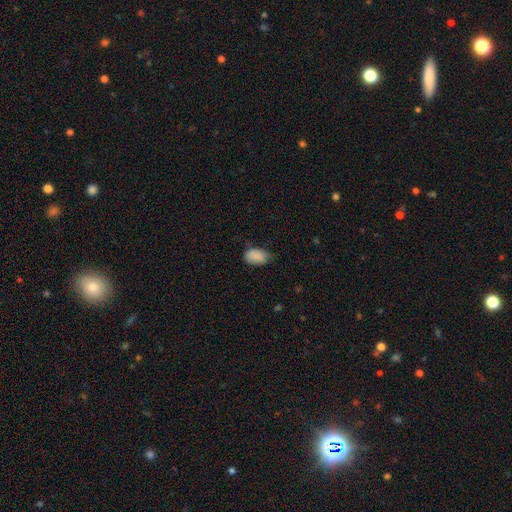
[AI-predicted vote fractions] smooth 86%, star or artifact 8%, featured or disk 6%. Down the decision tree: how rounded — in between (89%); merging — none (55%).